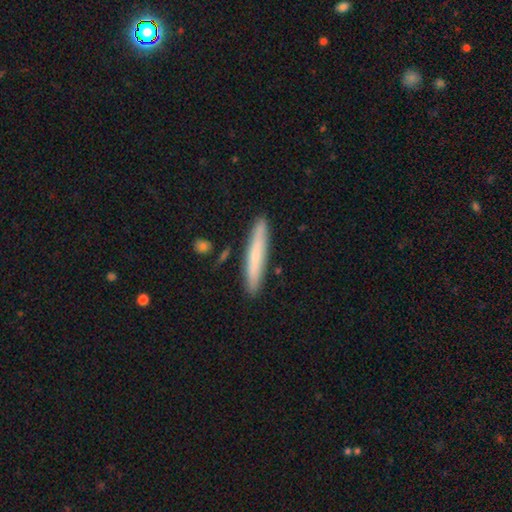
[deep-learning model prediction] smooth-or-featured: smooth: 67% | featured or disk: 28% | star or artifact: 6%
  how-rounded: cigar-shaped: 94% | in between: 5% | round: 1%
  merging: none: 87% | minor disturbance: 9% | merger: 2% | major disturbance: 2%